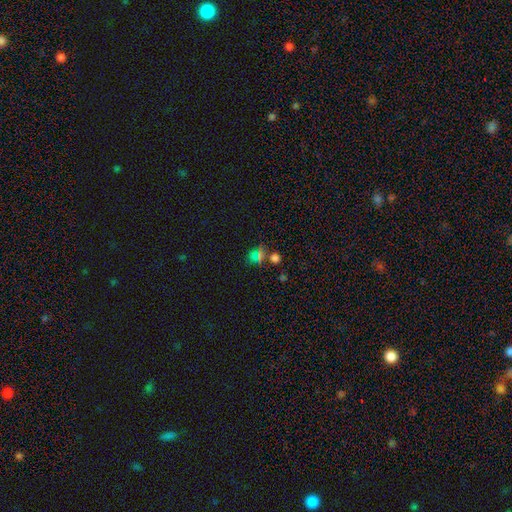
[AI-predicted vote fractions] A smooth galaxy with no disk features (50%). Merging: none (67%).